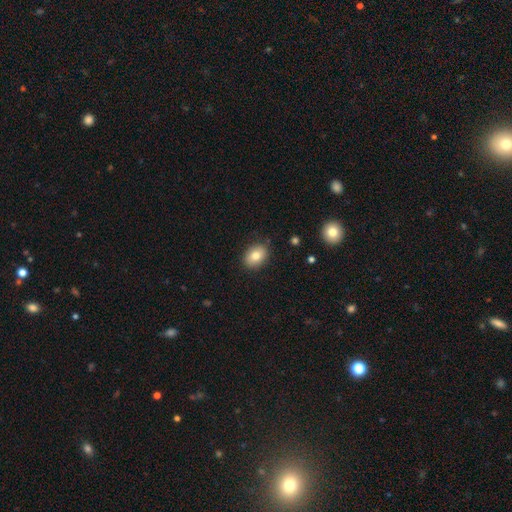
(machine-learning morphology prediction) Smooth or featured?
  - smooth: 80% *
  - featured or disk: 12%
  - star or artifact: 9%
How rounded?
  - in between: 71% *
  - round: 28%
  - cigar-shaped: 1%
Merging?
  - none: 86% *
  - minor disturbance: 10%
  - major disturbance: 2%
  - merger: 1%